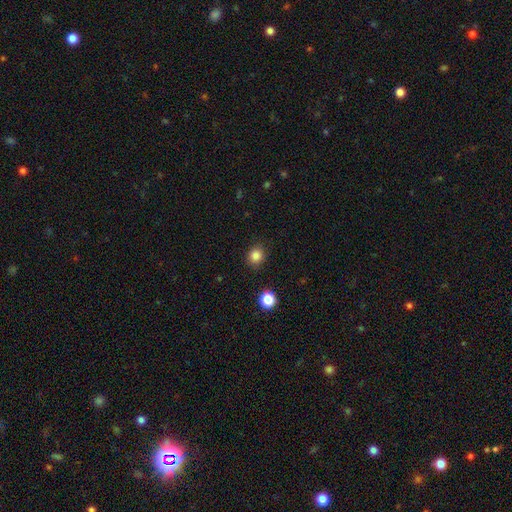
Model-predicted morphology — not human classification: smooth-or-featured: smooth: 84% | star or artifact: 12% | featured or disk: 4%
  how-rounded: round: 81% | in between: 18% | cigar-shaped: 1%
  merging: none: 88% | minor disturbance: 8% | major disturbance: 2% | merger: 1%